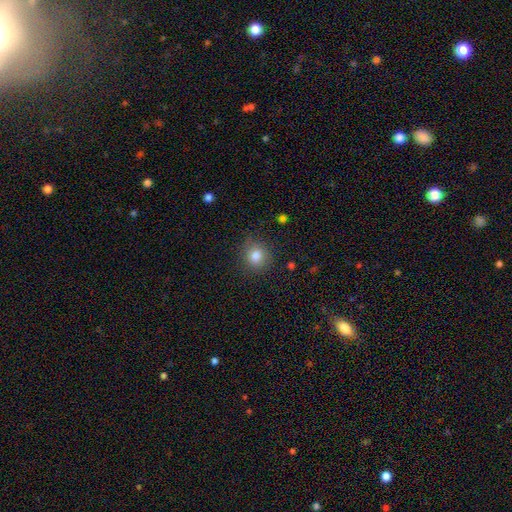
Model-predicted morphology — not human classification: Overall: smooth (82%). How rounded: round (84%). Merging: none (85%).